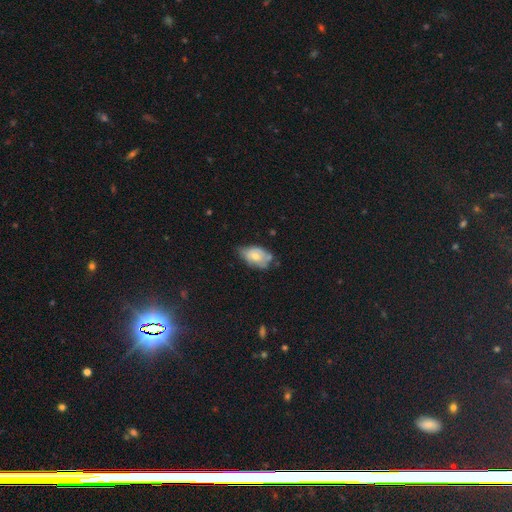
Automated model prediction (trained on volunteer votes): This is possibly a smooth galaxy (56%). How rounded: clearly in between (88%). Merging: marginally minor disturbance (44%).